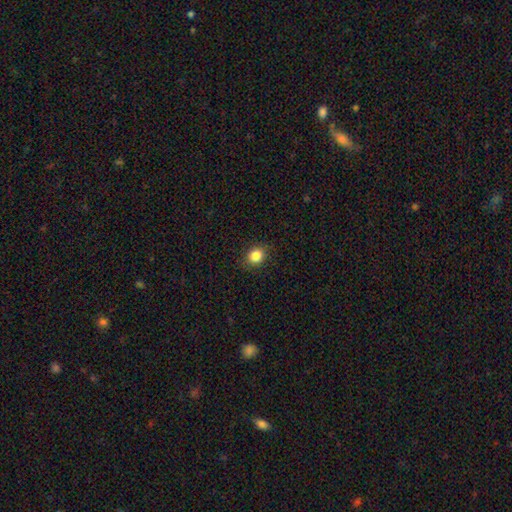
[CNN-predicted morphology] A smooth galaxy with no disk features (85%) that is round (69%).

Vote fractions:
- Smooth or featured? smooth: 85% / star or artifact: 11% / featured or disk: 5%
- How rounded? round: 69% / in between: 30% / cigar-shaped: 1%
- Merging? none: 89% / minor disturbance: 8% / major disturbance: 2% / merger: 1%